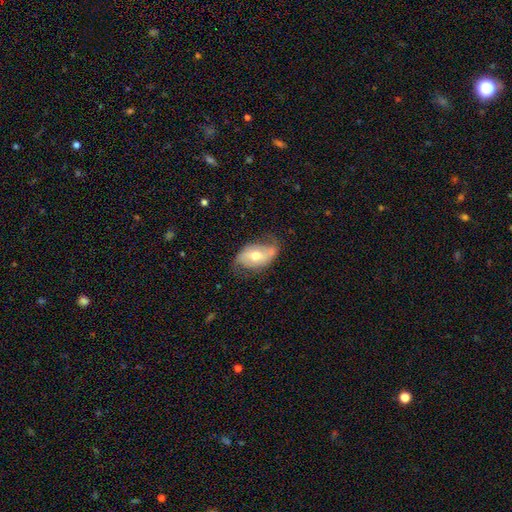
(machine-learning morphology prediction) smooth-or-featured: featured or disk: 62% | smooth: 31% | star or artifact: 7%
  disk-edge-on: no: 93% | yes: 7%
    bar: no: 41% | weak: 39% | strong: 21%
    has-spiral-arms: yes: 77% | no: 23%
    bulge-size: moderate: 71% | small: 21% | large: 6% | none: 1% | dominant: 1%
  merging: none: 55% | minor disturbance: 30% | major disturbance: 12% | merger: 2%